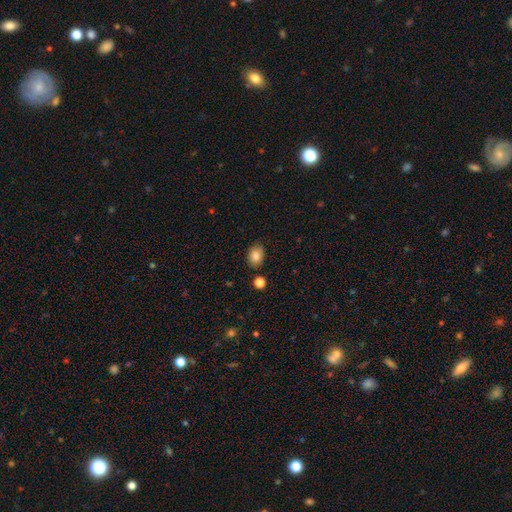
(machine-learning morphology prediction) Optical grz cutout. It shows a smooth galaxy with no disk features (83%) that is in between round and cigar-shaped (61%). Merging: none (82%).